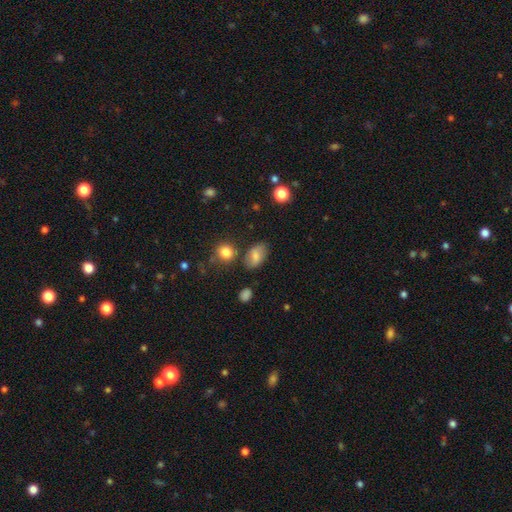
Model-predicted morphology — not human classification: Q: Smooth or featured?
A: smooth (74%); runner-up: featured or disk (16%)
Q: How rounded?
A: in between (86%); runner-up: round (12%)
Q: Merging?
A: none (74%); runner-up: minor disturbance (16%)